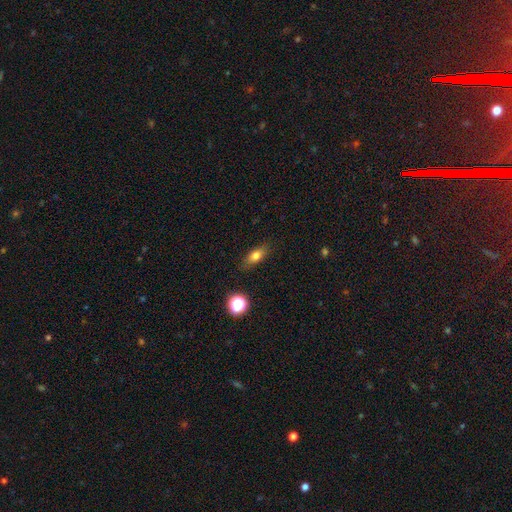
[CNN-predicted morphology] The model was most divided on "how rounded": in between: 67%, cigar-shaped: 23%, round: 10%. More confident: merging — none (84%); smooth or featured — smooth (74%).